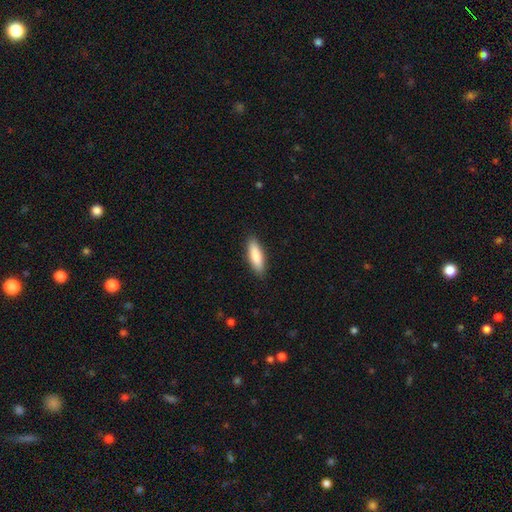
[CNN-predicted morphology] Smooth or featured? Predicted: smooth (p=0.85). How rounded? Predicted: cigar-shaped (p=0.50). Merging? Predicted: none (p=0.89).